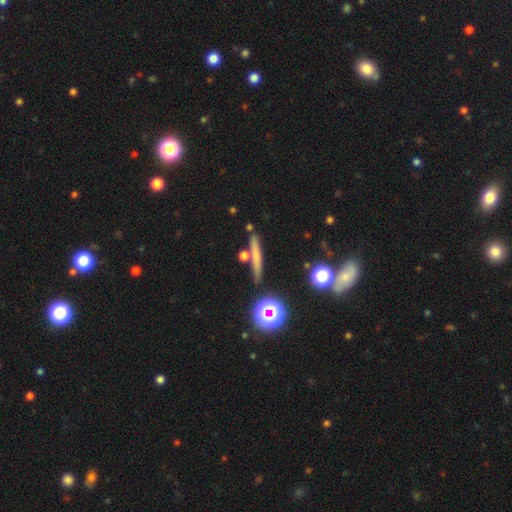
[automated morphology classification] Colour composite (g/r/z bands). It shows a smooth galaxy with no disk features (57%) that is cigar-shaped (86%). Merging: none (81%).